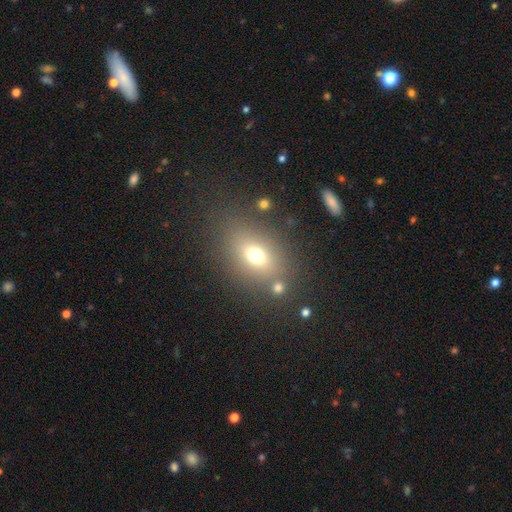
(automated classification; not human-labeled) This is likely a smooth galaxy (69%). How rounded: likely in between (67%). Merging: likely none (74%).